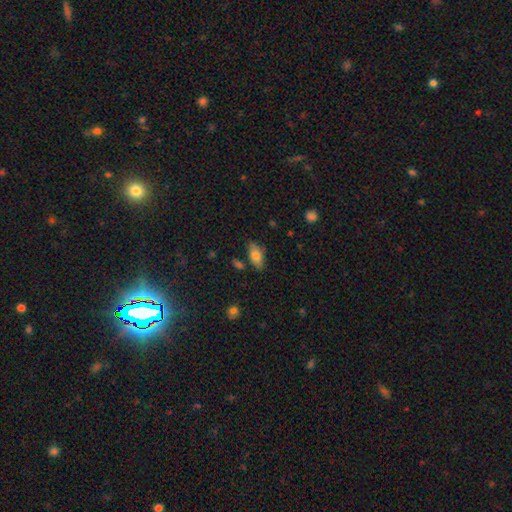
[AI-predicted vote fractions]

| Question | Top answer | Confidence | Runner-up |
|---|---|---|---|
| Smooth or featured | smooth | 75% | featured or disk (17%) |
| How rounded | in between | 88% | cigar-shaped (9%) |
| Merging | none | 73% | minor disturbance (19%) |